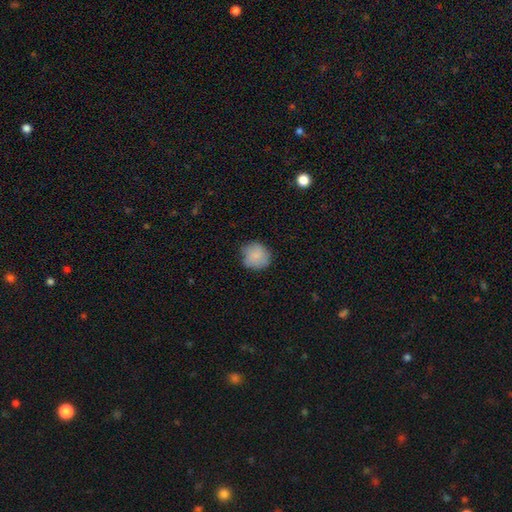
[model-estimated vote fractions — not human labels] A smooth galaxy with no disk features (84%) that is round (84%). Merging: none (73%).